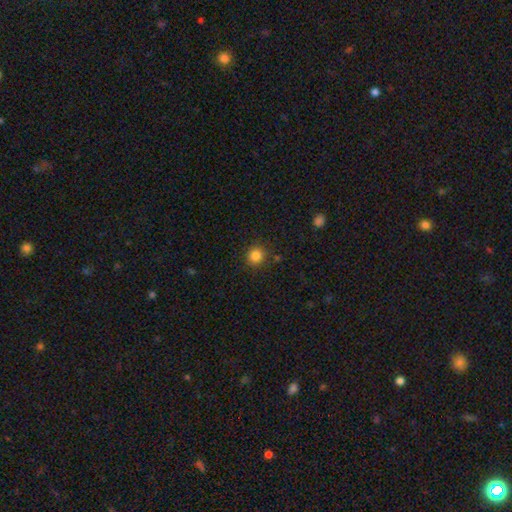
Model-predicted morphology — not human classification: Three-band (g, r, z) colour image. It shows a smooth galaxy with no disk features (84%) that is round (91%). Merging: none (89%).